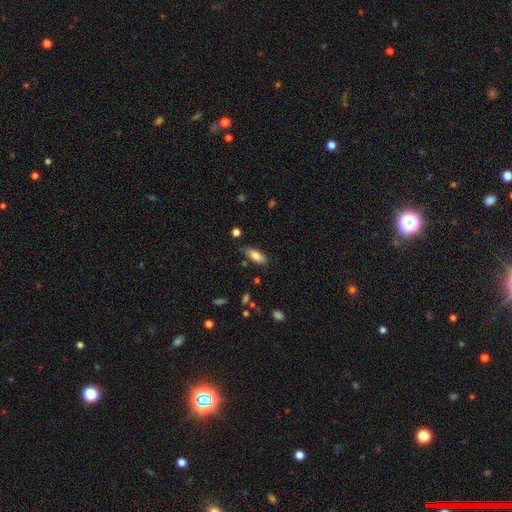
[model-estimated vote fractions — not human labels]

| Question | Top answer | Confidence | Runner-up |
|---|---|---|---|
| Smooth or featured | smooth | 80% | featured or disk (13%) |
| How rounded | in between | 77% | cigar-shaped (21%) |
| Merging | none | 79% | minor disturbance (16%) |